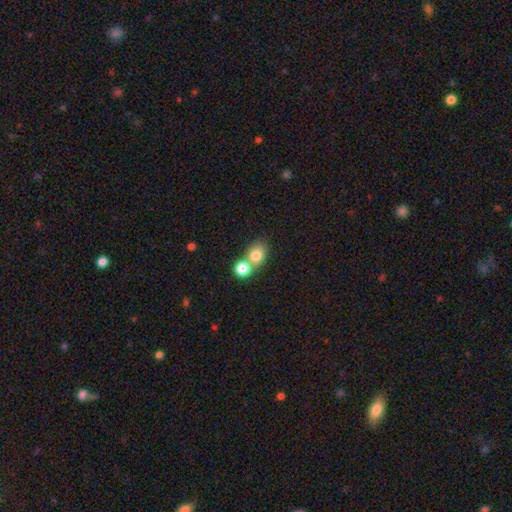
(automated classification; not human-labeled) smooth-or-featured: smooth: 79% | featured or disk: 11% | star or artifact: 10%
  how-rounded: round: 51% | in between: 48% | cigar-shaped: 1%
  merging: merger: 54% | none: 35% | minor disturbance: 7% | major disturbance: 3%